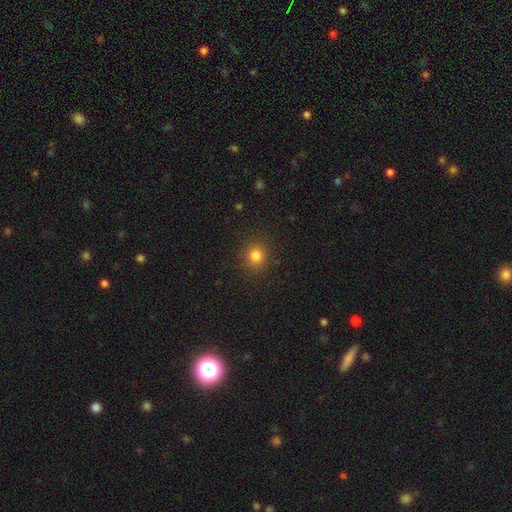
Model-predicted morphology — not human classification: Smooth or featured: smooth — 82% (star or artifact — 14%)
How rounded: round — 88% (in between — 11%)
Merging: none — 90% (minor disturbance — 7%)